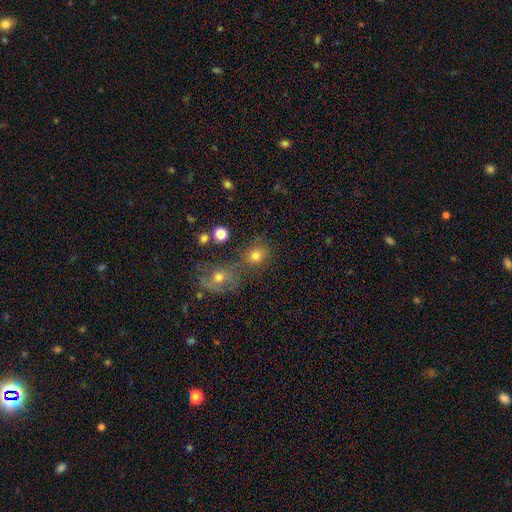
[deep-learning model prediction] A smooth galaxy with no disk features (78%) that is round (74%). Merging: none (57%).